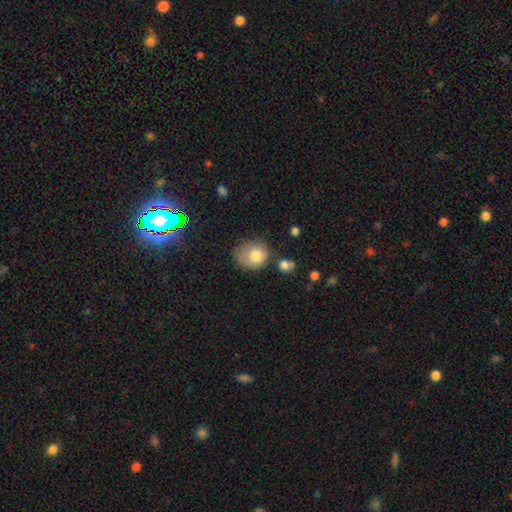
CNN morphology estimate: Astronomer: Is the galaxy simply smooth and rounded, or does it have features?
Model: smooth — 78%.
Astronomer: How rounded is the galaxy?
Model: round — 75%.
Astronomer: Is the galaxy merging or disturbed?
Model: none — 50% (runner-up: minor disturbance, 28%).